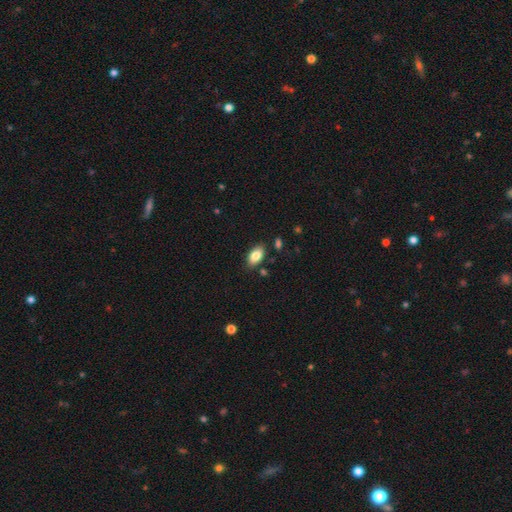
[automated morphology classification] The model was most divided on "merging": none: 82%, minor disturbance: 12%, merger: 3%, major disturbance: 3%. More confident: how rounded — in between (92%); smooth or featured — smooth (84%).